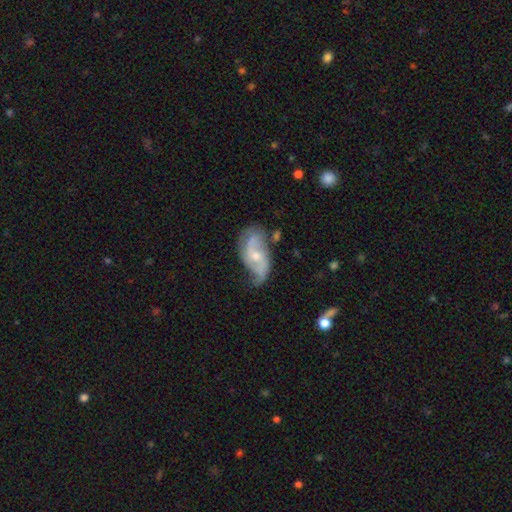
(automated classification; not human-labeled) This is clearly a featured or disk galaxy (81%). It is clearly not viewed edge-on (96%). Bar: possibly no (52%). Spiral arm pattern: clearly yes (94%). Spiral arm count: likely 2 (76%). Spiral winding: marginally medium (43%). Central bulge: possibly small (50%). Merging: possibly none (52%).